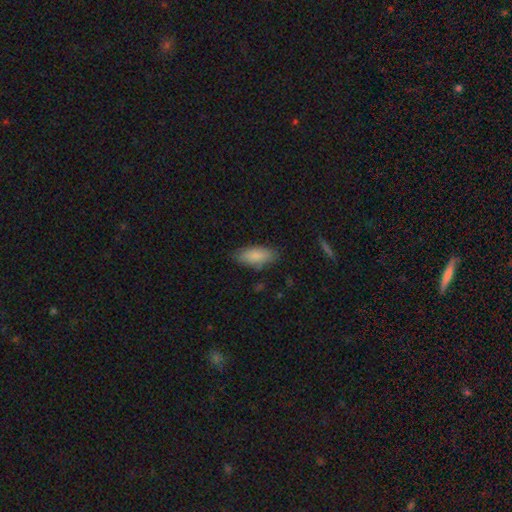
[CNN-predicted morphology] The model was most divided on "merging": none: 79%, minor disturbance: 16%, major disturbance: 3%, merger: 2%. More confident: smooth or featured — smooth (86%); how rounded — in between (85%).